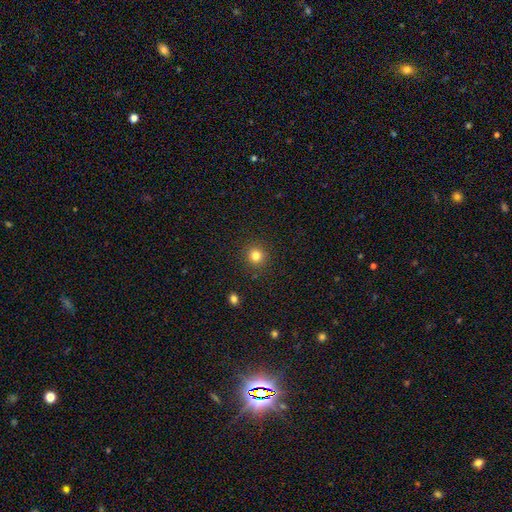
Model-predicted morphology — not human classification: smooth-or-featured: smooth: 82% | star or artifact: 13% | featured or disk: 6%
  how-rounded: round: 93% | in between: 6% | cigar-shaped: 1%
  merging: none: 91% | minor disturbance: 6% | major disturbance: 2% | merger: 1%